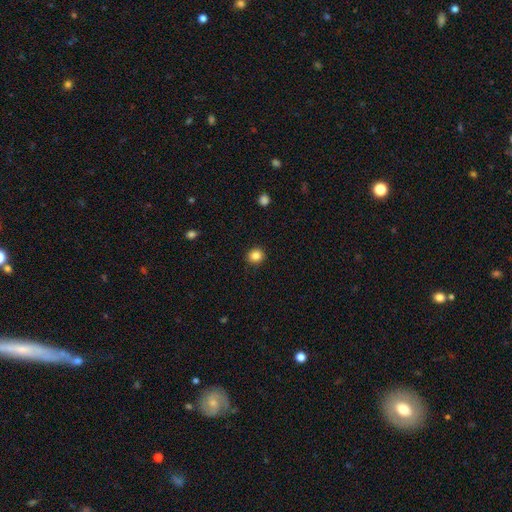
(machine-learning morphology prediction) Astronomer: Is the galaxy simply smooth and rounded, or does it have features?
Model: smooth — 85%.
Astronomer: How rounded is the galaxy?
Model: round — 88%.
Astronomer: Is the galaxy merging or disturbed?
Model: none — 92%.